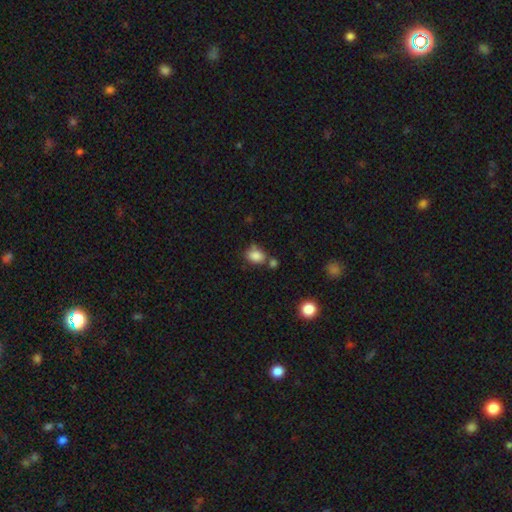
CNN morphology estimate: Smooth or featured: smooth — 85% (star or artifact — 9%)
How rounded: in between — 61% (round — 38%)
Merging: none — 58% (merger — 20%)